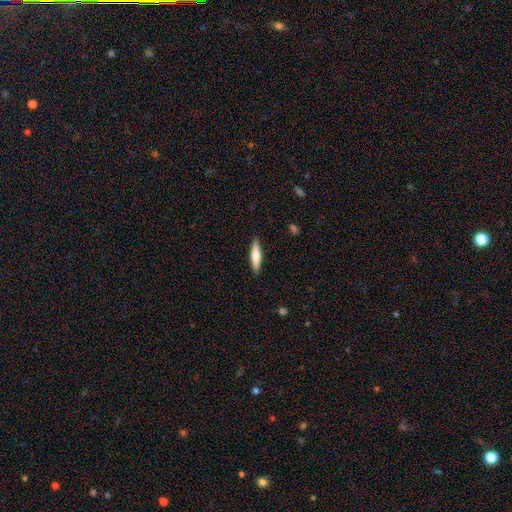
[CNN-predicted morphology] smooth 62%, featured or disk 32%, star or artifact 6%. Down the decision tree: how rounded — cigar-shaped (79%); merging — none (90%).